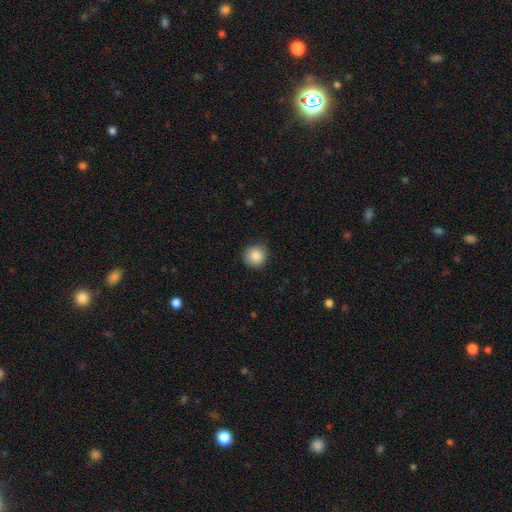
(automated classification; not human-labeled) Overall: smooth (86%). How rounded: round (92%). Merging: none (87%).